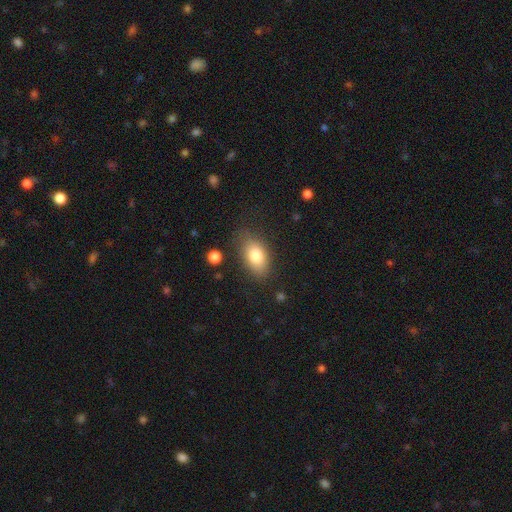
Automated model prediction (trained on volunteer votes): Smooth or featured? smooth (80%)
How rounded? in between (90%)
Merging? none (76%)